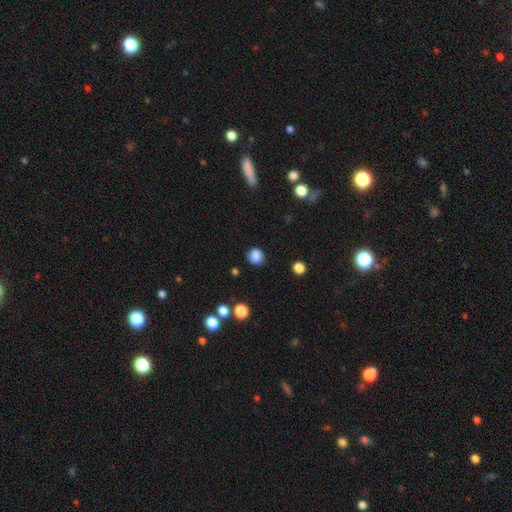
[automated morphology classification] A smooth galaxy with no disk features (85%) that is round (82%). Merging: none (82%).